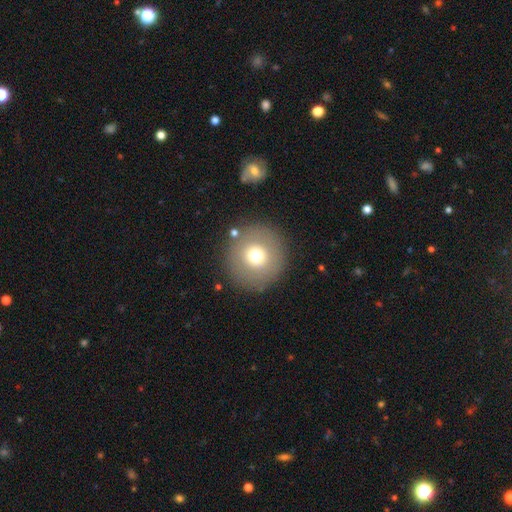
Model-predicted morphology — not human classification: Overall: smooth (70%). How rounded: round (96%). Merging: none (87%).